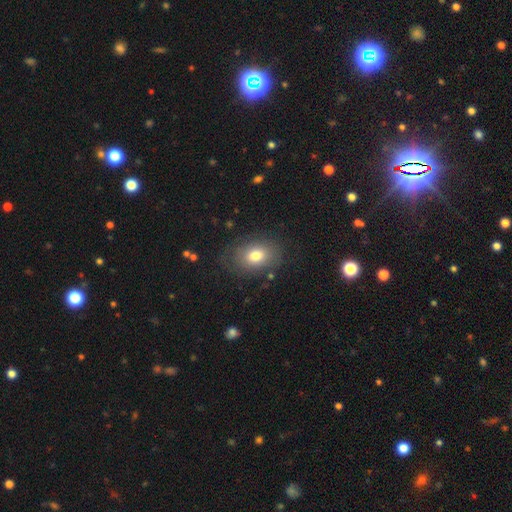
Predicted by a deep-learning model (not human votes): smooth 74%, featured or disk 17%, star or artifact 9%. Down the decision tree: how rounded — in between (76%); merging — none (76%).